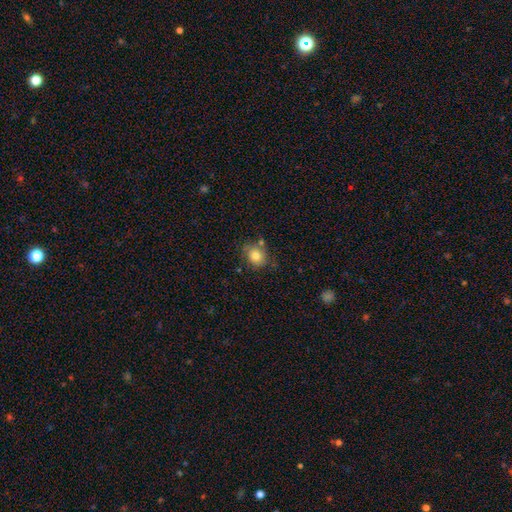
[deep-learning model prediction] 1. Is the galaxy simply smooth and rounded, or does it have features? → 79% smooth, 11% featured or disk, 10% star or artifact.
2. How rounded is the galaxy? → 65% round, 34% in between, 1% cigar-shaped.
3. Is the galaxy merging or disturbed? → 68% none, 18% minor disturbance, 10% merger, 5% major disturbance.